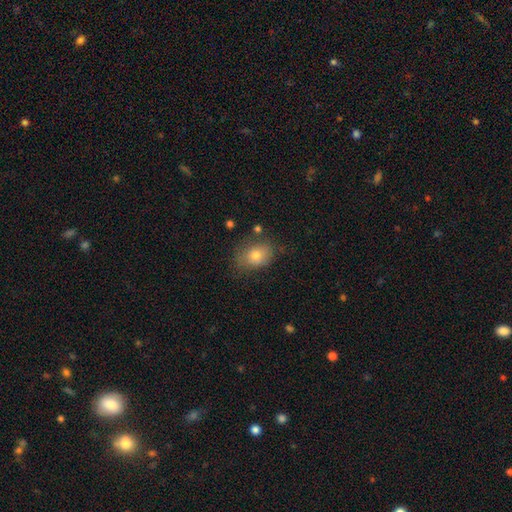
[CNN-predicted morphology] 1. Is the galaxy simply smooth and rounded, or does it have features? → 75% smooth, 14% featured or disk, 10% star or artifact.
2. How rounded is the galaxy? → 62% in between, 37% round, 1% cigar-shaped.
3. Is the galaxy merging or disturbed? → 65% none, 24% minor disturbance, 8% major disturbance, 3% merger.